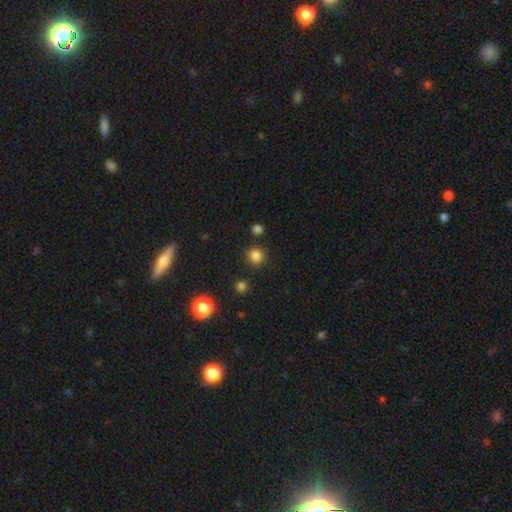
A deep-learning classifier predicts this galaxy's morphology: smooth 82%, star or artifact 14%, featured or disk 4%. Down the decision tree: how rounded — round (94%); merging — none (87%).